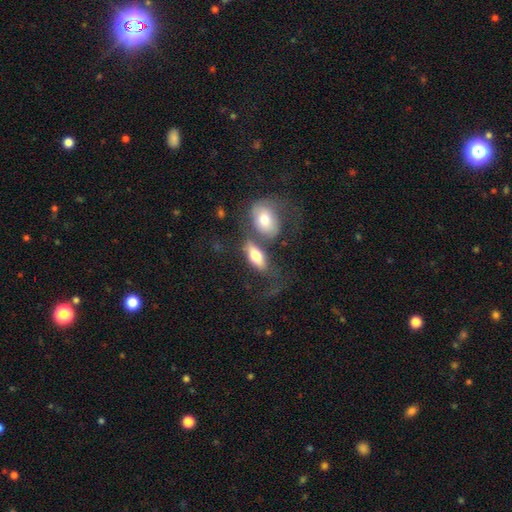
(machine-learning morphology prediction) Overall: smooth (68%). How rounded: in between (83%). Merging: merger (46%; none 30%).